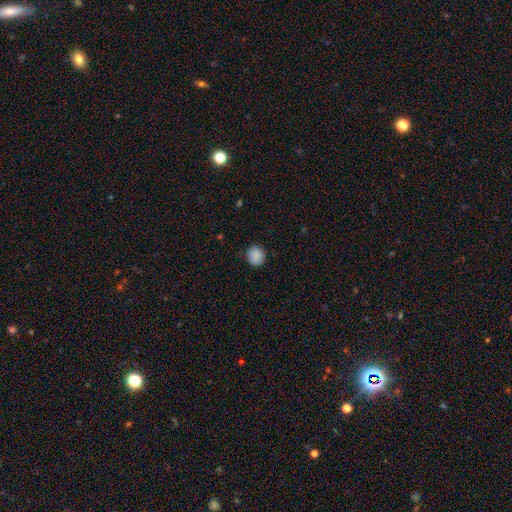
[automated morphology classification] Smooth or featured? Predicted: smooth (p=0.87). How rounded? Predicted: round (p=0.85). Merging? Predicted: none (p=0.85).